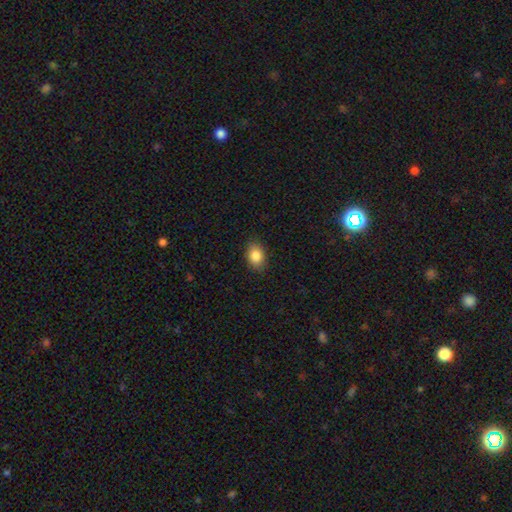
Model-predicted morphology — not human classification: smooth 85%, star or artifact 8%, featured or disk 6%. Down the decision tree: how rounded — in between (75%); merging — none (86%).